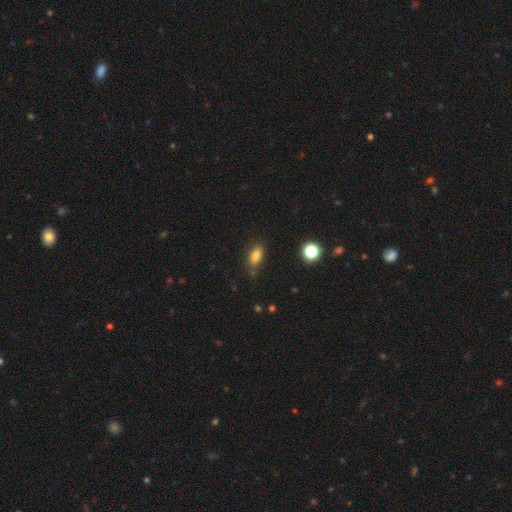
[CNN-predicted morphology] smooth_or_featured: smooth (p=0.83) [alt: star or artifact p=0.11]
how_rounded: in between (p=0.84) [alt: round p=0.09]
merging: none (p=0.74) [alt: minor disturbance p=0.19]